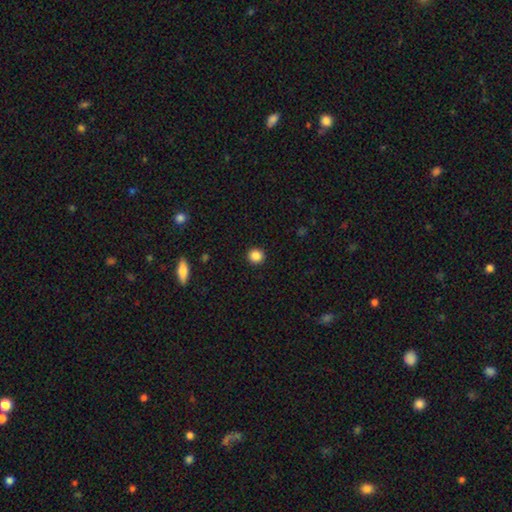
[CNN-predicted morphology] Smooth or featured? smooth (86%)
How rounded? round (92%)
Merging? none (92%)